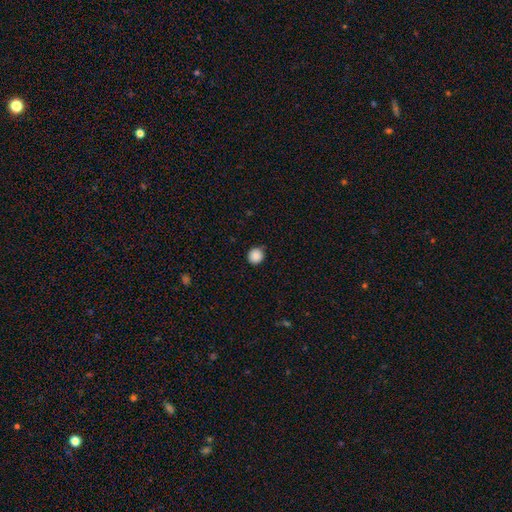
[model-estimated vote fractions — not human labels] A smooth galaxy with no disk features (88%) that is round (92%).

Vote fractions:
- Smooth or featured? smooth: 88% / star or artifact: 9% / featured or disk: 2%
- How rounded? round: 92% / in between: 7% / cigar-shaped: 1%
- Merging? none: 88% / minor disturbance: 9% / major disturbance: 2% / merger: 1%